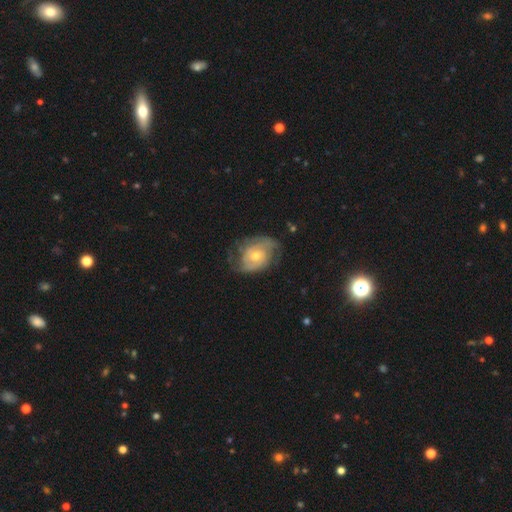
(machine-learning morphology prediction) Smooth or featured: featured or disk — 80% (smooth — 14%)
Edge-on disk: no — 97% (yes — 3%)
Bar: no — 68% (weak — 27%)
Spiral arms: yes — 93% (no — 7%)
Spiral winding: tight — 48% (medium — 38%)
Spiral arm count: 2 — 59% (can't tell — 21%)
Bulge size: moderate — 59% (small — 36%)
Merging: none — 64% (minor disturbance — 23%)